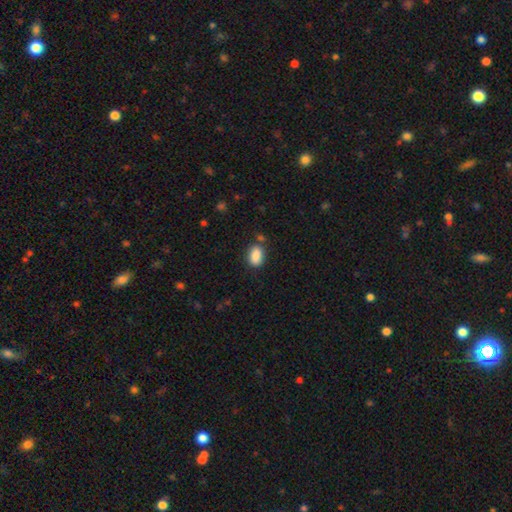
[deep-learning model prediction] This is clearly a smooth galaxy (88%). How rounded: clearly in between (85%). Merging: likely none (74%).